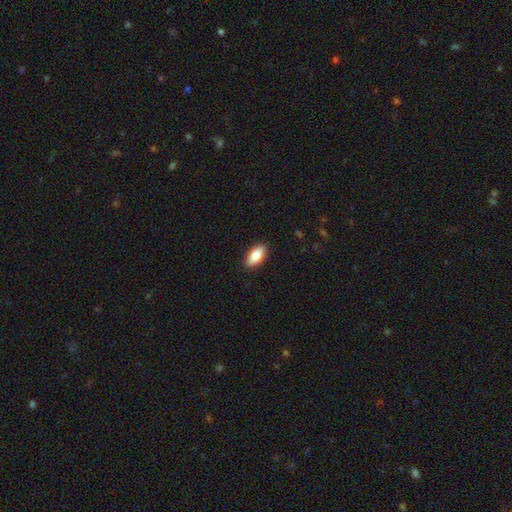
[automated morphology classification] Smooth or featured?
  - smooth: 81% *
  - featured or disk: 13%
  - star or artifact: 6%
How rounded?
  - in between: 84% *
  - cigar-shaped: 13%
  - round: 3%
Merging?
  - none: 89% *
  - minor disturbance: 8%
  - major disturbance: 2%
  - merger: 1%